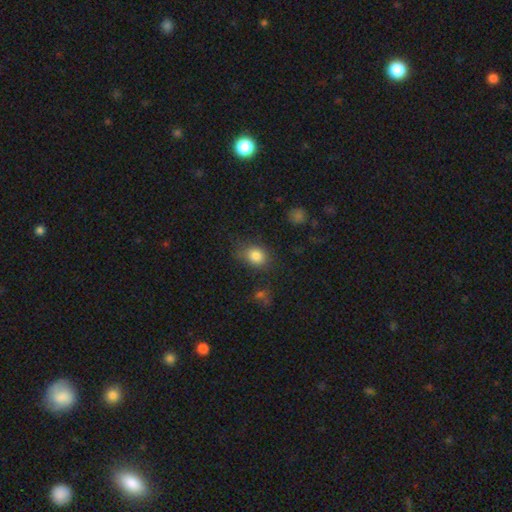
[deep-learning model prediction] A smooth galaxy with no disk features (83%) that is in between round and cigar-shaped (53%). Merging: none (69%).